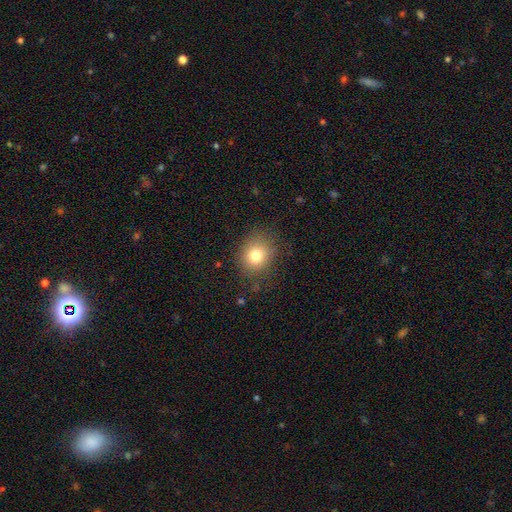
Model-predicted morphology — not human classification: A smooth galaxy with no disk features (77%) that is round (70%).

Vote fractions:
- Smooth or featured? smooth: 77% / star or artifact: 13% / featured or disk: 10%
- How rounded? round: 70% / in between: 29% / cigar-shaped: 1%
- Merging? none: 80% / minor disturbance: 14% / major disturbance: 5% / merger: 1%